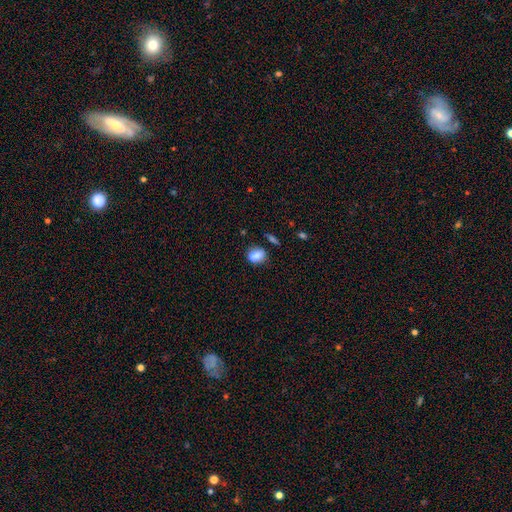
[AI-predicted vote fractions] This is clearly a smooth galaxy (82%). How rounded: possibly in between (58%). Merging: likely none (66%).